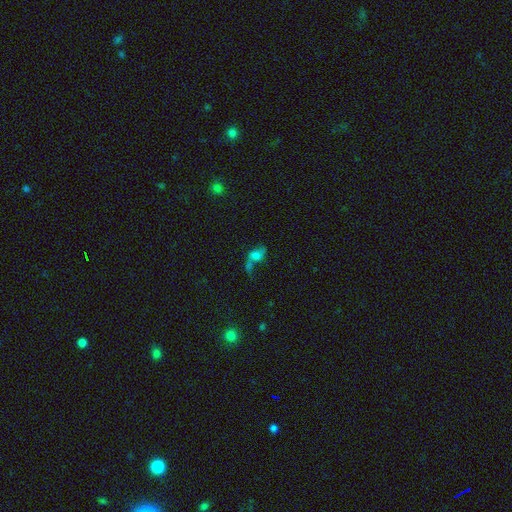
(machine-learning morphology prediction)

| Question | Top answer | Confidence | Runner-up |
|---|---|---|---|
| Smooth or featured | featured or disk | 43% | smooth (38%) |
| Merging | merger | 35% | none (30%) |